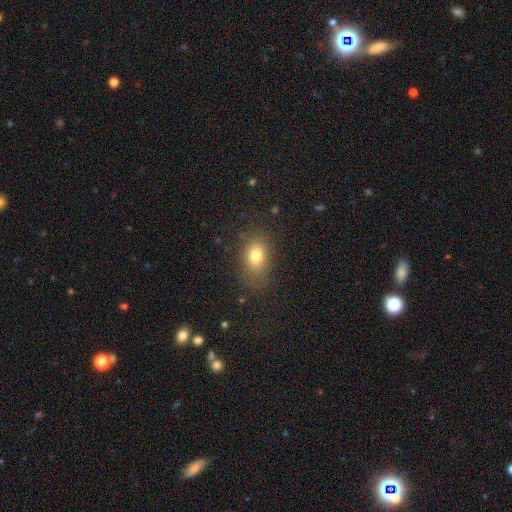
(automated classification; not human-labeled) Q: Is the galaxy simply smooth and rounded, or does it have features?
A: smooth — 77%.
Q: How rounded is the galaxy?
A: in between — 71%.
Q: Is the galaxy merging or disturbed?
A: none — 79%.